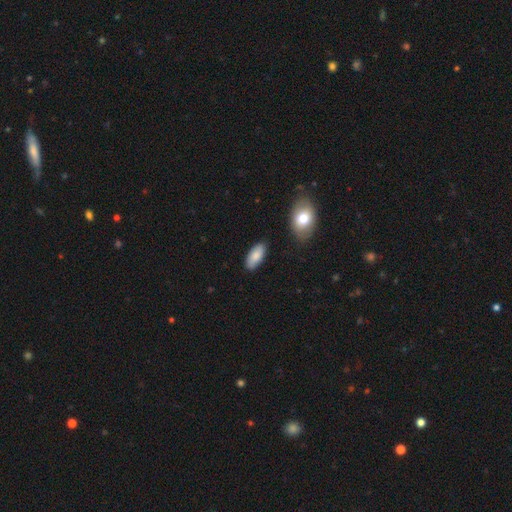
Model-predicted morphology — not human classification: This is clearly a smooth galaxy (84%). How rounded: clearly in between (90%). Merging: clearly none (85%).